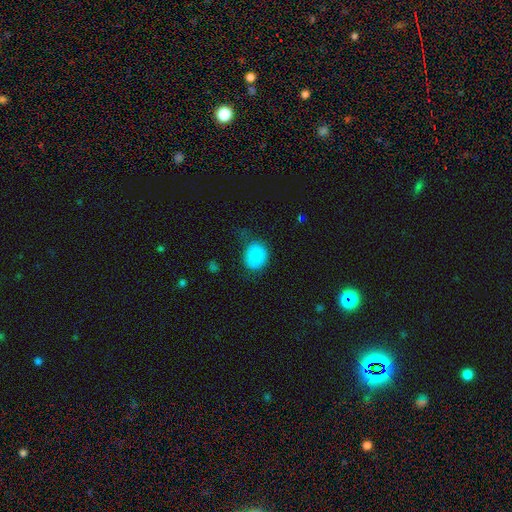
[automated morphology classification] Overall: smooth (86%). How rounded: round (57%; in between 42%). Merging: none (59%; minor disturbance 28%).